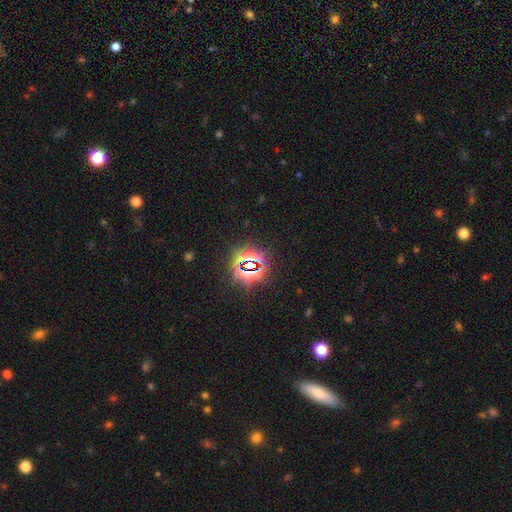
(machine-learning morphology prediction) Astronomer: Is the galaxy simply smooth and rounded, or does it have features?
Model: star or artifact — 78%.